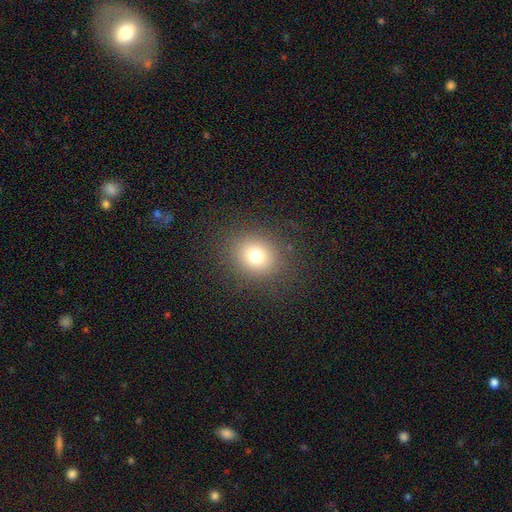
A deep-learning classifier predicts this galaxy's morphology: type=smooth (73%); roundness=round (78%); merging=none (86%).